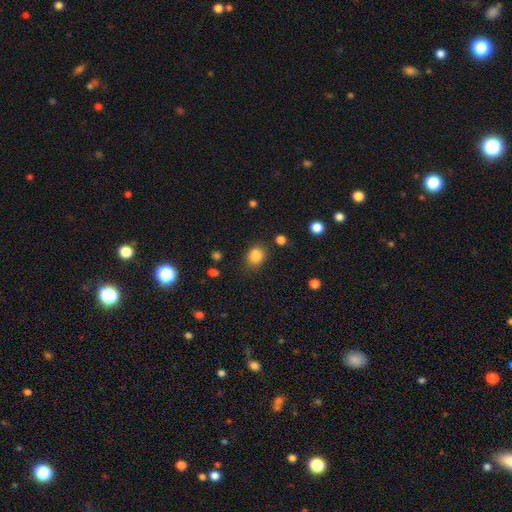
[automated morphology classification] smooth-or-featured: smooth: 85% | star or artifact: 10% | featured or disk: 4%
  how-rounded: round: 55% | in between: 44% | cigar-shaped: 1%
  merging: none: 79% | minor disturbance: 14% | major disturbance: 4% | merger: 2%